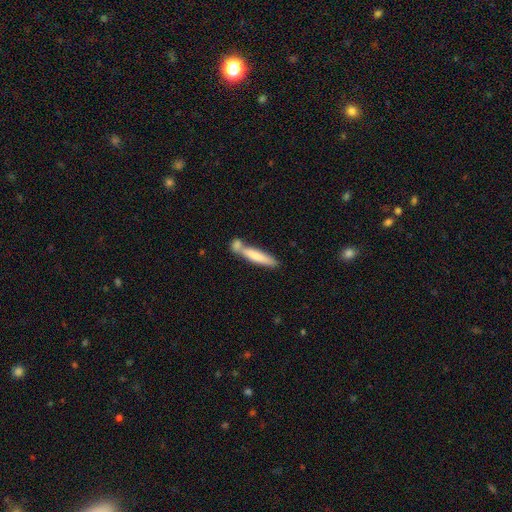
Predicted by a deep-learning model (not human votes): Smooth or featured: smooth — 73% (featured or disk — 21%)
How rounded: cigar-shaped — 86% (in between — 12%)
Merging: none — 44% (merger — 40%)